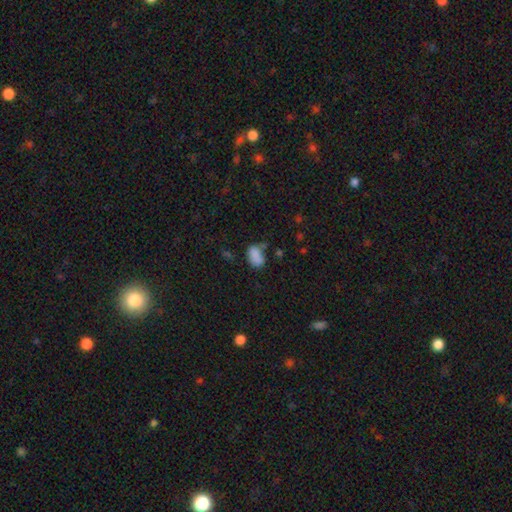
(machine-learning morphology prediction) Smooth or featured? Predicted: smooth (p=0.84). How rounded? Predicted: in between (p=0.88). Merging? Predicted: none (p=0.57).